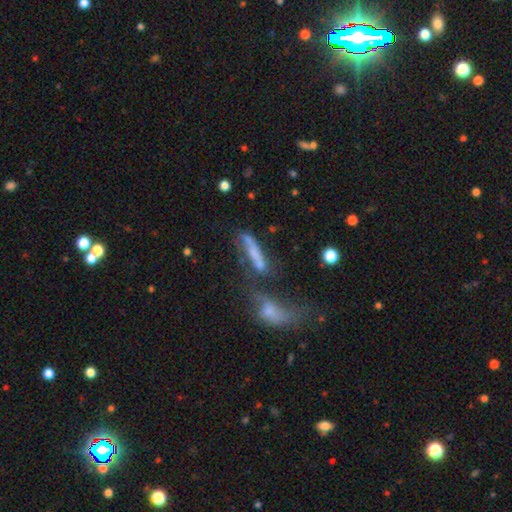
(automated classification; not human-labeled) A smooth galaxy with no disk features (54%) that is cigar-shaped (70%). Merging: merger (46%).